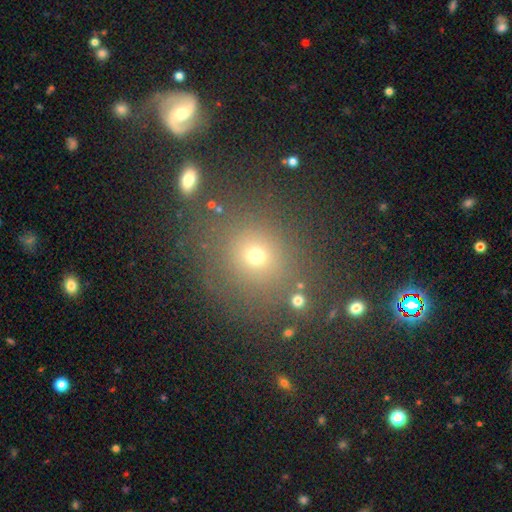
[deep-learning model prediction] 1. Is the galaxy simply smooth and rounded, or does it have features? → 63% smooth, 25% star or artifact, 12% featured or disk.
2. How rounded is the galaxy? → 86% round, 13% in between, 1% cigar-shaped.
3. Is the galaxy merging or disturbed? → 79% none, 10% minor disturbance, 5% merger, 5% major disturbance.